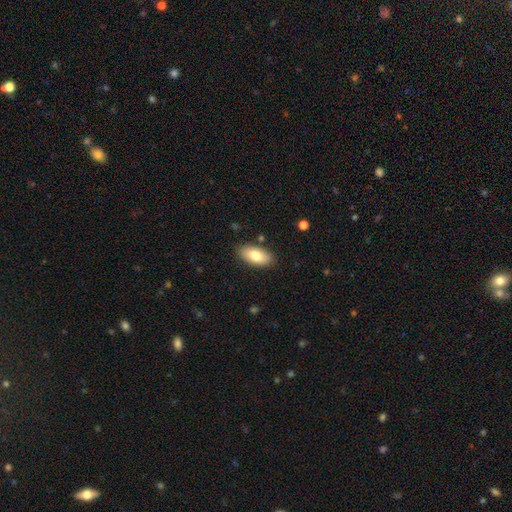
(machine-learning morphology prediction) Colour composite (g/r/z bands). It shows a smooth galaxy with no disk features (80%) that is in between round and cigar-shaped (91%). Merging: none (86%).